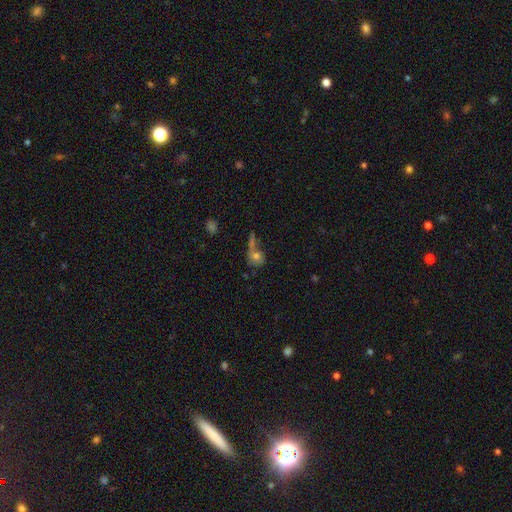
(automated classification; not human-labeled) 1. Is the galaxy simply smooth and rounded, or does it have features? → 55% smooth, 26% featured or disk, 19% star or artifact.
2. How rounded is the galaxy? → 60% round, 34% in between, 6% cigar-shaped.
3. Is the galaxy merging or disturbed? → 38% none, 29% merger, 19% major disturbance, 14% minor disturbance.